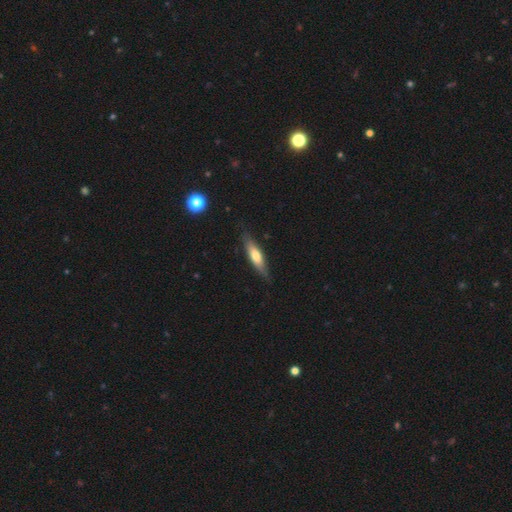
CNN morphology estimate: Smooth or featured? smooth (59%)
How rounded? cigar-shaped (68%)
Merging? none (80%)